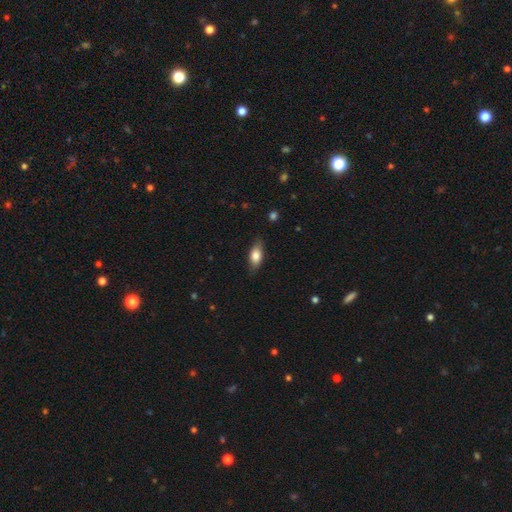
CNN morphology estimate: smooth-or-featured: smooth: 77% | featured or disk: 16% | star or artifact: 7%
  how-rounded: in between: 83% | cigar-shaped: 12% | round: 4%
  merging: none: 81% | minor disturbance: 15% | major disturbance: 3% | merger: 1%